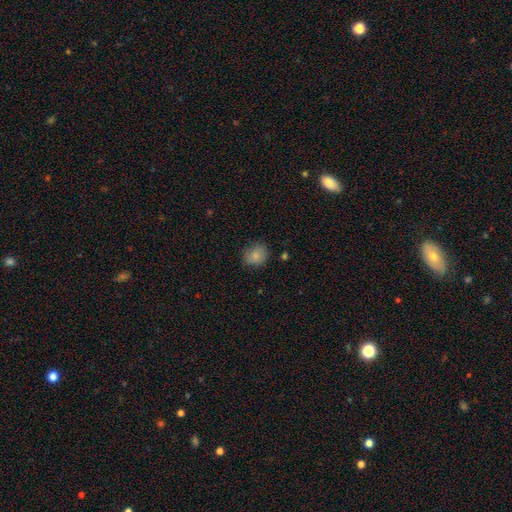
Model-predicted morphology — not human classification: Smooth or featured? Predicted: smooth (p=0.83). How rounded? Predicted: round (p=0.65). Merging? Predicted: none (p=0.77).